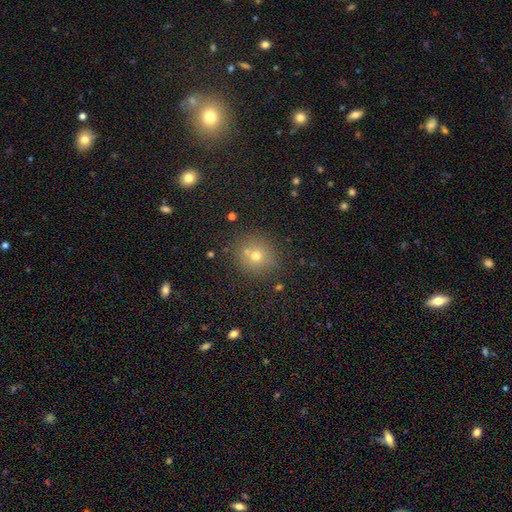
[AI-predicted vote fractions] Overall: smooth (64%). How rounded: round (88%). Merging: none (74%).